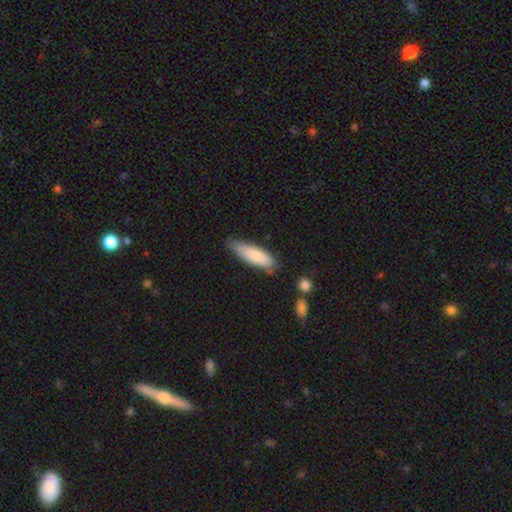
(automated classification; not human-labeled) The model was most divided on "how rounded": cigar-shaped: 50%, in between: 48%, round: 2%. More confident: smooth or featured — smooth (77%); merging — none (70%).